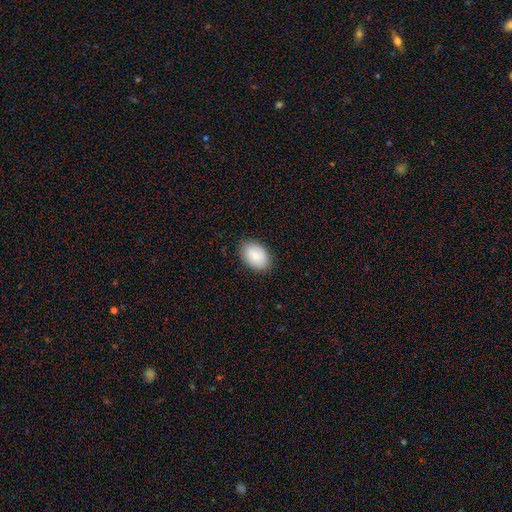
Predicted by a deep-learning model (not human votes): smooth_or_featured: smooth (p=0.82) [alt: featured or disk p=0.11]
how_rounded: in between (p=0.86) [alt: round p=0.13]
merging: none (p=0.86) [alt: minor disturbance p=0.11]